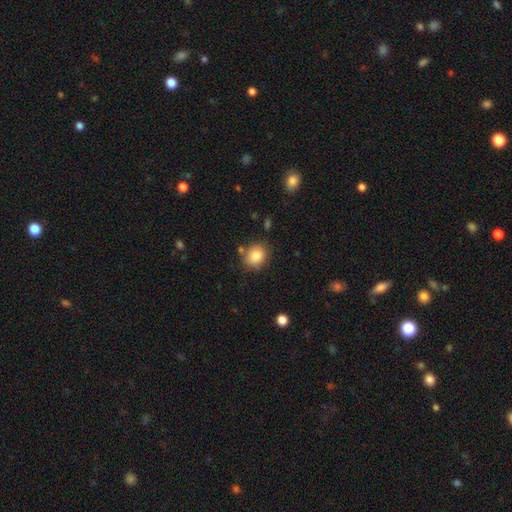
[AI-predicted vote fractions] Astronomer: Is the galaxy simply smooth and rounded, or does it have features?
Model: smooth — 84%.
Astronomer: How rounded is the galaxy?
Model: round — 60% (runner-up: in between, 39%).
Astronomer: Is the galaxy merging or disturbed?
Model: none — 78%.